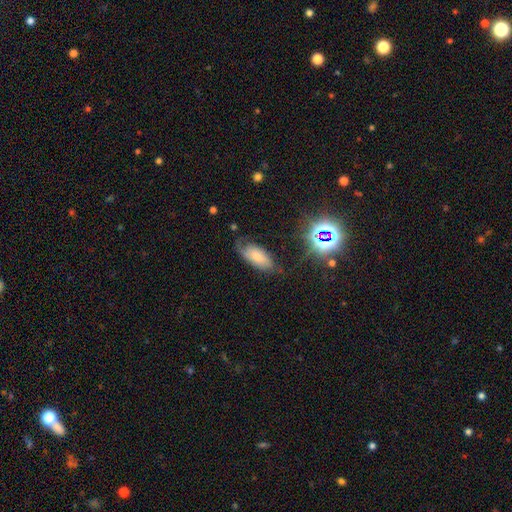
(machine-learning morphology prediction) A smooth galaxy with no disk features (49%). Merging: none (50%).